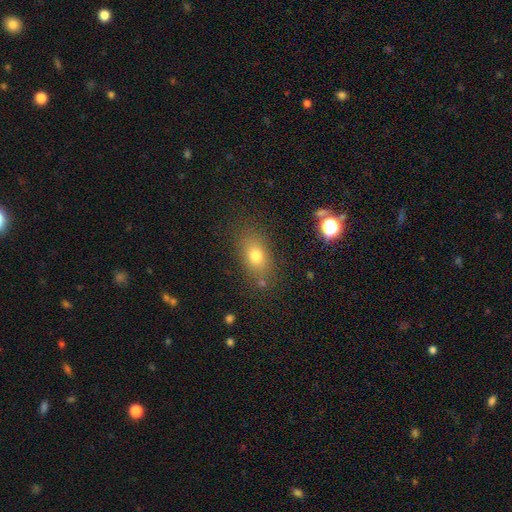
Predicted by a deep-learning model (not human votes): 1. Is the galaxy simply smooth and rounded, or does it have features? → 74% smooth, 14% star or artifact, 12% featured or disk.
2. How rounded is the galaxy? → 74% in between, 23% round, 3% cigar-shaped.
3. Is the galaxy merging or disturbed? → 79% none, 13% minor disturbance, 5% major disturbance, 4% merger.